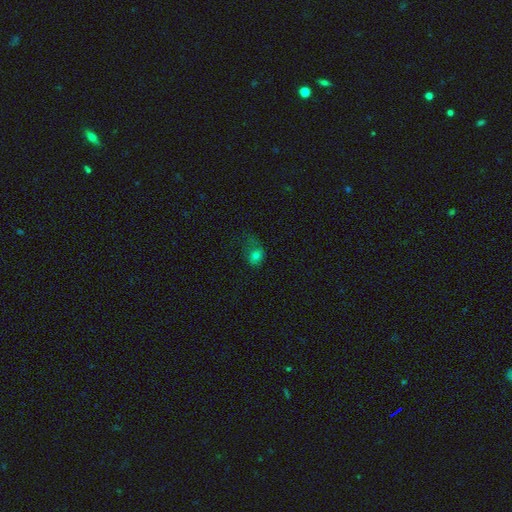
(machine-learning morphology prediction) This is likely a smooth galaxy (68%). How rounded: possibly in between (56%). Merging: marginally major disturbance (36%).